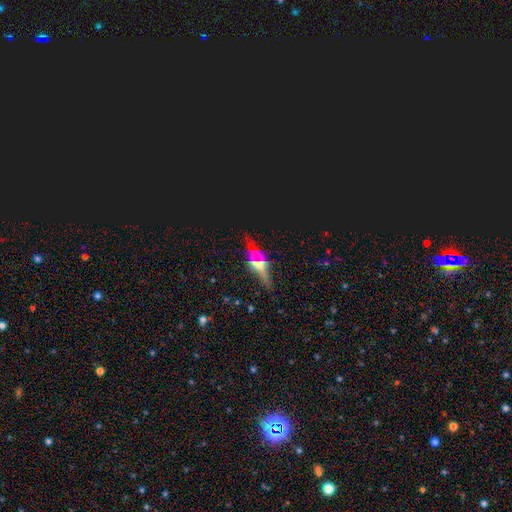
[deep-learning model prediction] Smooth or featured? Predicted: star or artifact (p=0.35).